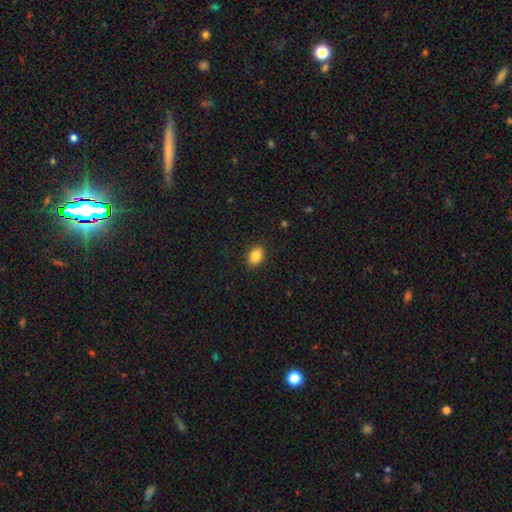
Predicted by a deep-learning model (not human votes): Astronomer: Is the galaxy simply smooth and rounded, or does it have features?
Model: smooth — 86%.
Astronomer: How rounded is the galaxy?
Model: in between — 70%.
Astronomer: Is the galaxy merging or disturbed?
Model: none — 90%.